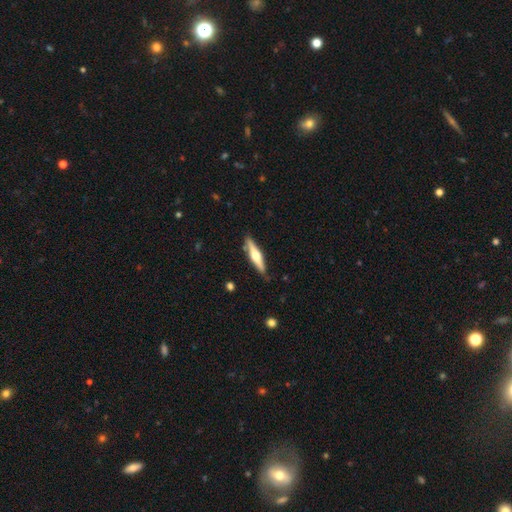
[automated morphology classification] Smooth or featured: featured or disk — 60% (smooth — 35%)
Edge-on disk: yes — 96% (no — 4%)
Edge-on bulge: rounded — 92% (boxy — 5%)
Merging: none — 85% (minor disturbance — 11%)